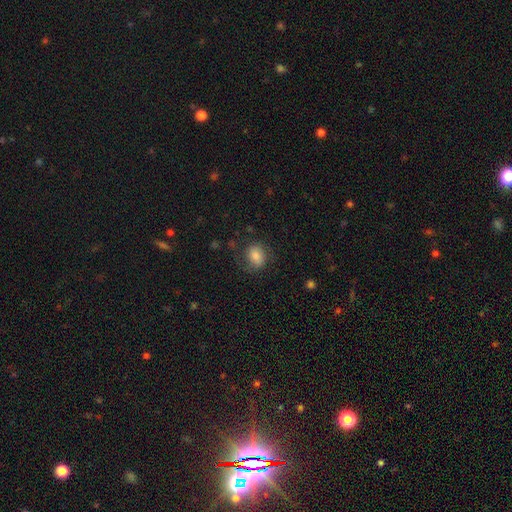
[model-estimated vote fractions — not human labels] This appears to be a smooth galaxy with no disk features (73%) that is in between round and cigar-shaped (58%). Merging: none (68%).